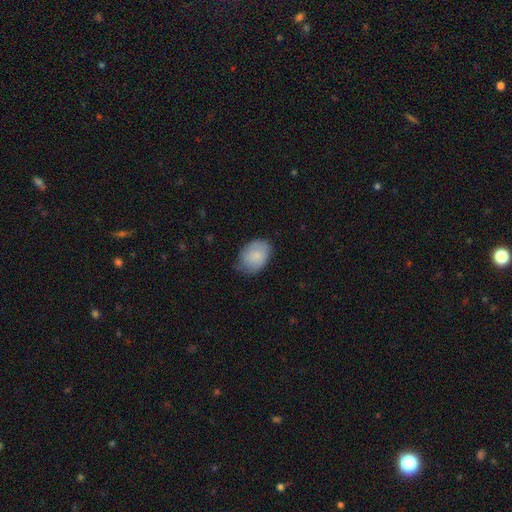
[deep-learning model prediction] Smooth or featured? smooth (83%)
How rounded? in between (77%)
Merging? none (63%)